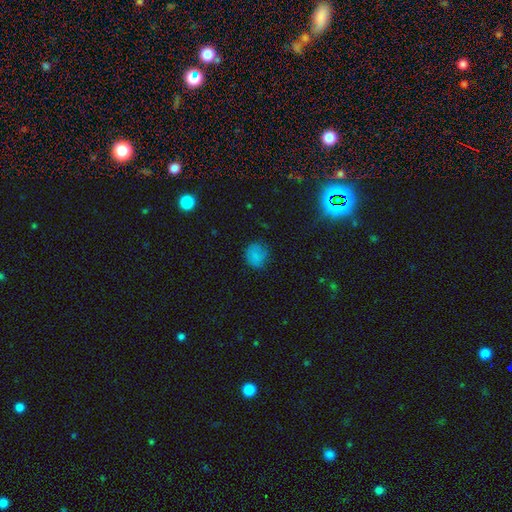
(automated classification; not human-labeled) Q: Smooth or featured?
A: smooth (79%); runner-up: star or artifact (15%)
Q: How rounded?
A: round (81%); runner-up: in between (18%)
Q: Merging?
A: none (77%); runner-up: minor disturbance (17%)